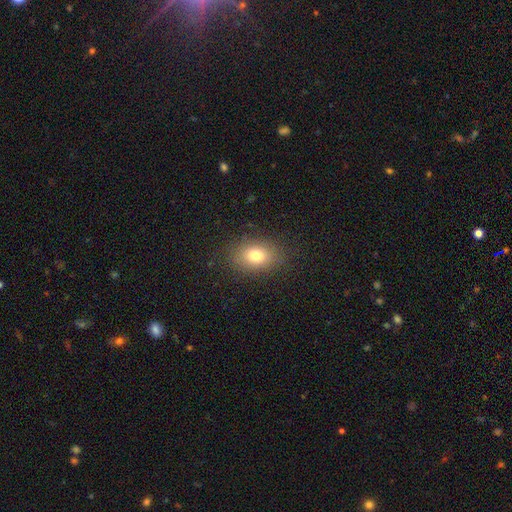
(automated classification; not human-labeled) smooth_or_featured: smooth (p=0.78) [alt: star or artifact p=0.11]
how_rounded: in between (p=0.75) [alt: round p=0.24]
merging: none (p=0.85) [alt: minor disturbance p=0.10]